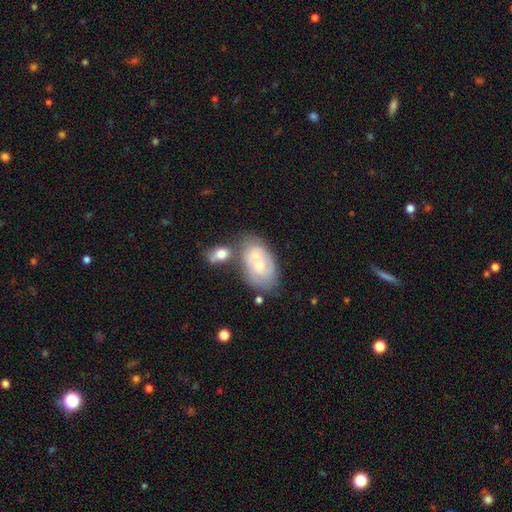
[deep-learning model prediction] Smooth or featured? Predicted: featured or disk (p=0.50). Edge-on disk? Predicted: no (p=0.95). Merging? Predicted: merger (p=0.55).